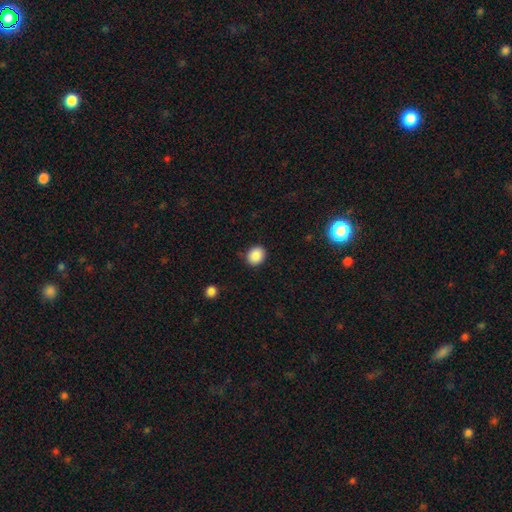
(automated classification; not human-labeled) Overall: smooth (88%). How rounded: round (67%; in between 32%). Merging: none (87%).